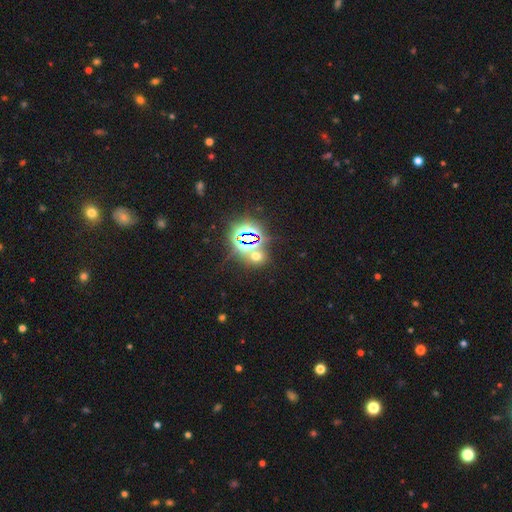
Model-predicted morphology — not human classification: Overall: star or artifact (60%; smooth 32%).